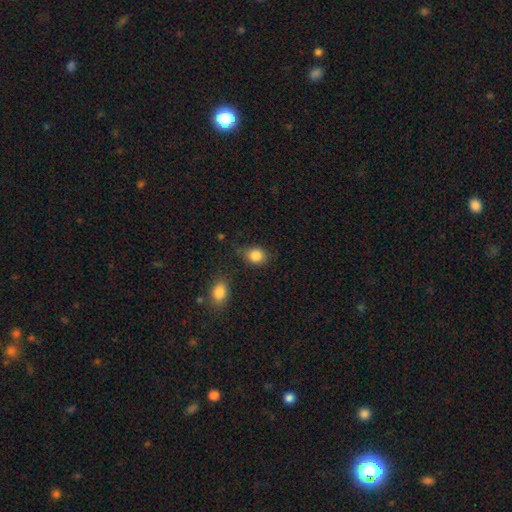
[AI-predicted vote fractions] A smooth galaxy with no disk features (86%) that is round (56%).

Vote fractions:
- Smooth or featured? smooth: 86% / star or artifact: 9% / featured or disk: 5%
- How rounded? round: 56% / in between: 42% / cigar-shaped: 1%
- Merging? none: 72% / minor disturbance: 20% / major disturbance: 4% / merger: 4%